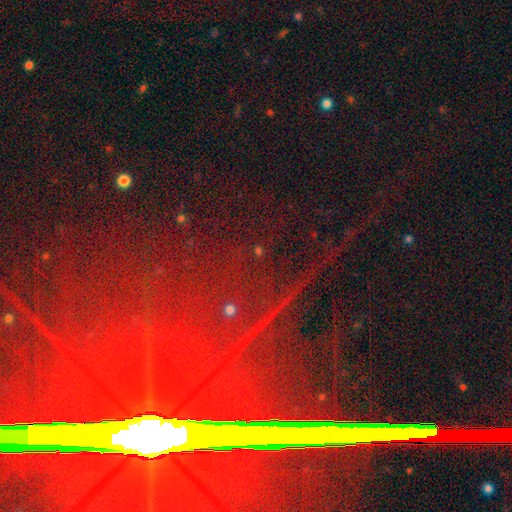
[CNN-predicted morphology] A star or artifact, not a galaxy (75%).